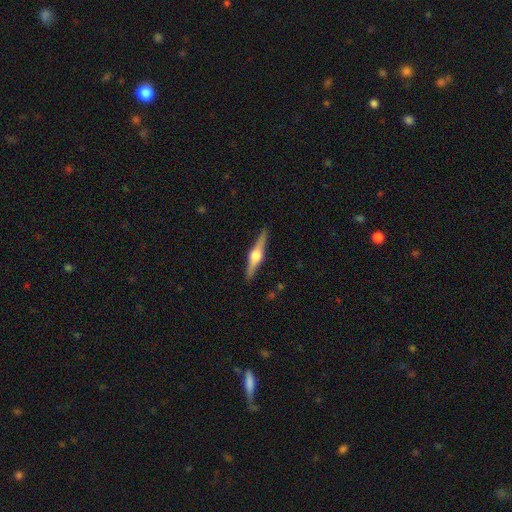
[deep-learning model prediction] Overall: featured or disk (76%). Edge-on disk: yes (98%). Edge-on bulge: rounded (94%). Merging: none (90%).